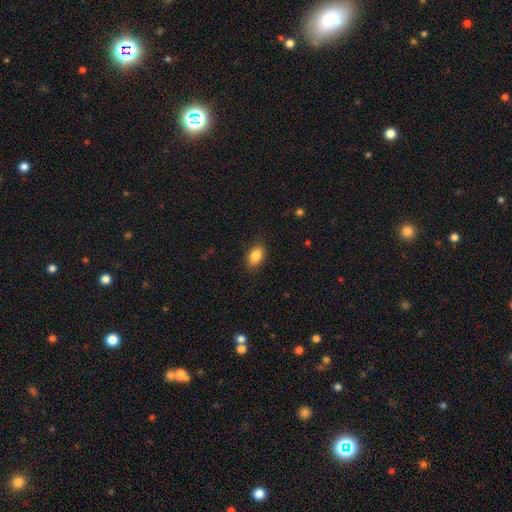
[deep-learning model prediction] Smooth or featured?
  - smooth: 85% *
  - star or artifact: 8%
  - featured or disk: 7%
How rounded?
  - in between: 87% *
  - round: 11%
  - cigar-shaped: 2%
Merging?
  - none: 87% *
  - minor disturbance: 10%
  - major disturbance: 2%
  - merger: 1%